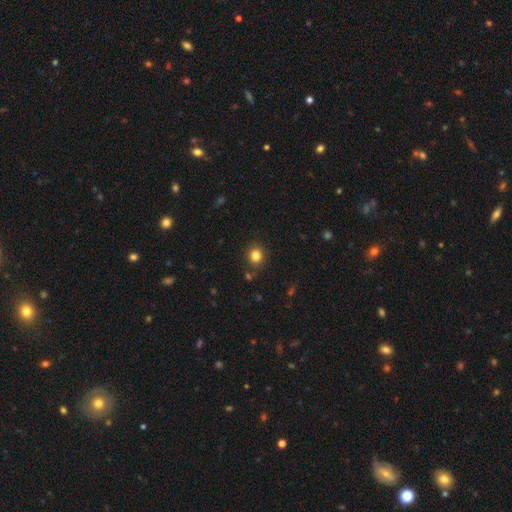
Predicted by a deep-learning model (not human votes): smooth-or-featured: smooth: 83% | star or artifact: 12% | featured or disk: 5%
  how-rounded: round: 85% | in between: 14% | cigar-shaped: 1%
  merging: none: 87% | minor disturbance: 8% | merger: 3% | major disturbance: 2%